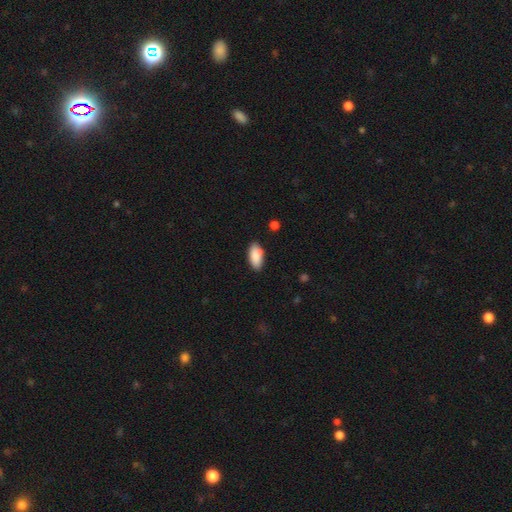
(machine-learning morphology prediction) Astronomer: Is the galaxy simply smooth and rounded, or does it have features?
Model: smooth — 89%.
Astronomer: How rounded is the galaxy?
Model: in between — 90%.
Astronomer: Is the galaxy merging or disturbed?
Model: none — 82%.